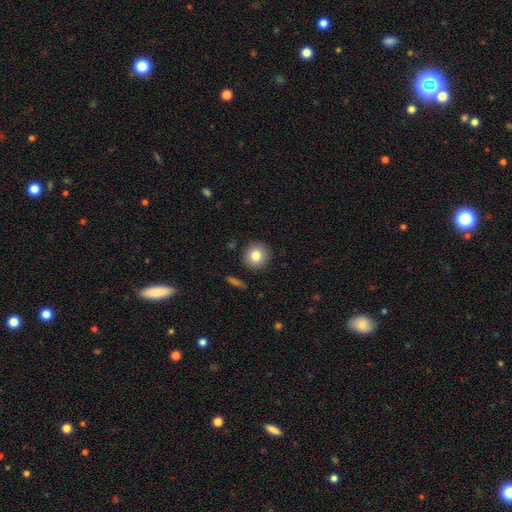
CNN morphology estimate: The model was most divided on "smooth or featured": smooth: 81%, star or artifact: 9%, featured or disk: 9%. More confident: how rounded — round (91%); merging — none (90%).